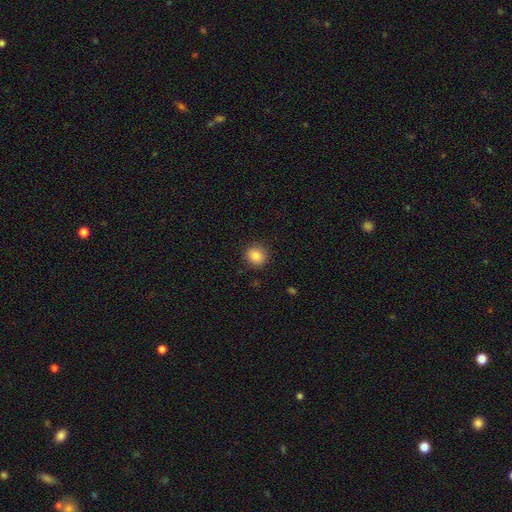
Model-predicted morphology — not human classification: smooth-or-featured: smooth: 85% | star or artifact: 10% | featured or disk: 5%
  how-rounded: round: 88% | in between: 11% | cigar-shaped: 1%
  merging: none: 90% | minor disturbance: 7% | major disturbance: 2% | merger: 1%